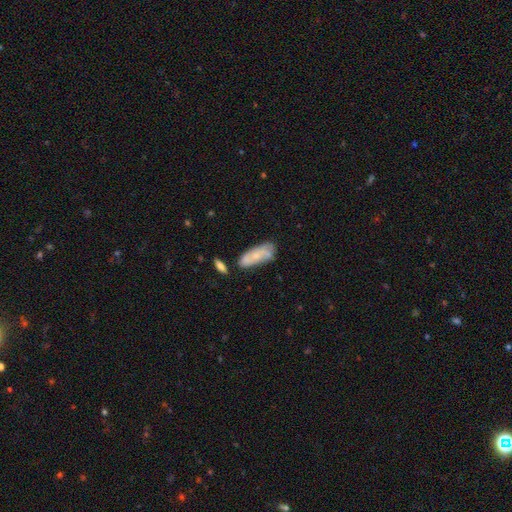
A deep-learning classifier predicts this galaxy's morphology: The model was most divided on "smooth or featured": smooth: 47%, featured or disk: 46%, star or artifact: 7%. More confident: merging — none (51%).